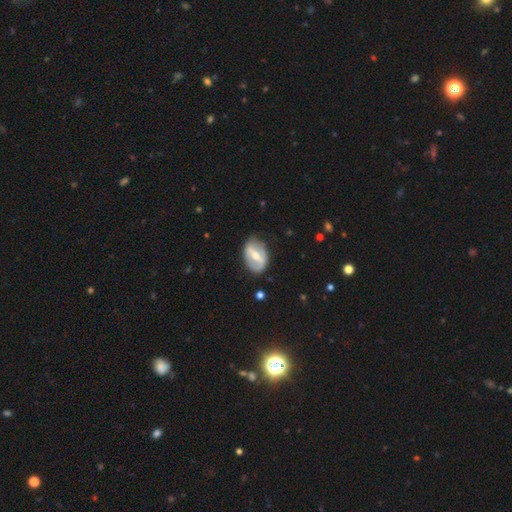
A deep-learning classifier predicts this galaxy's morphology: A featured or disk galaxy (66%) with a strong bar (65%), no spiral arms (61%) and a moderate central bulge (58%). Merging: none (75%).